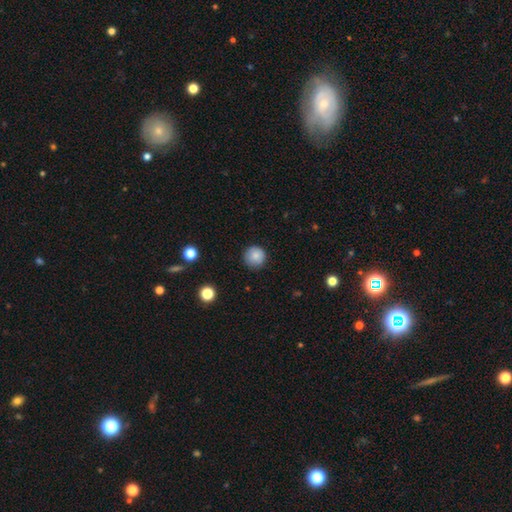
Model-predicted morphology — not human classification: This is clearly a smooth galaxy (85%). How rounded: clearly round (96%). Merging: clearly none (89%).